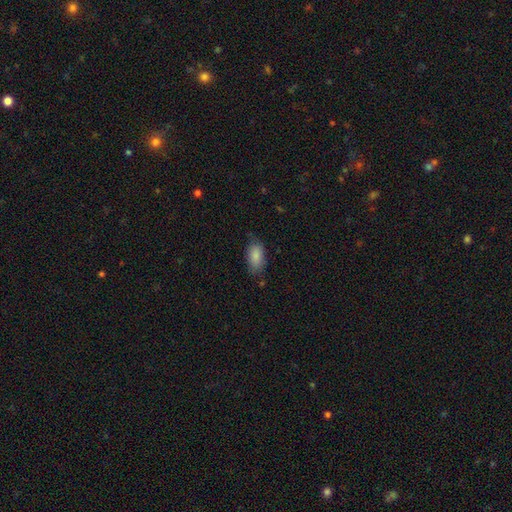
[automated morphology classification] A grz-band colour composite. It shows a smooth galaxy with no disk features (85%) that is in between round and cigar-shaped (92%). Merging: none (69%).